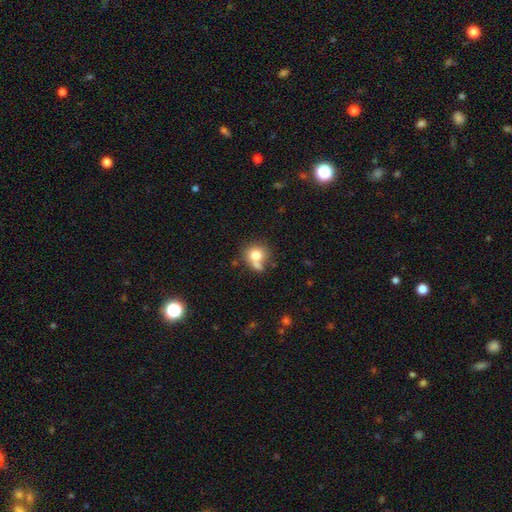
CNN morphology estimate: smooth 77%, featured or disk 13%, star or artifact 10%. Down the decision tree: how rounded — round (79%); merging — none (47%).